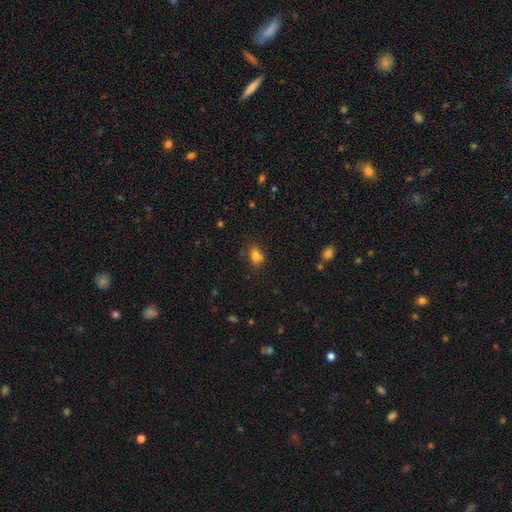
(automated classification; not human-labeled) Q: Smooth or featured?
A: smooth (80%); runner-up: star or artifact (12%)
Q: How rounded?
A: in between (65%); runner-up: round (34%)
Q: Merging?
A: none (68%); runner-up: minor disturbance (19%)